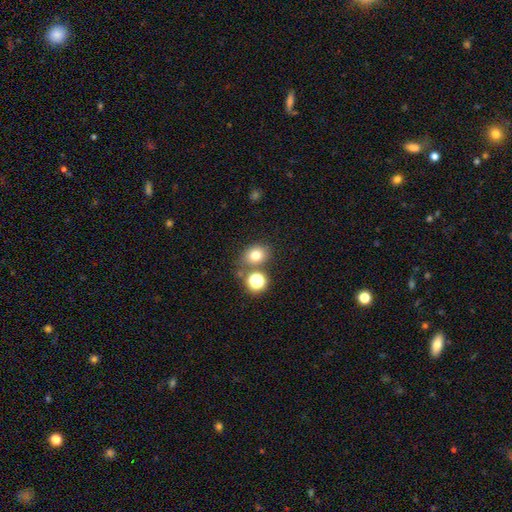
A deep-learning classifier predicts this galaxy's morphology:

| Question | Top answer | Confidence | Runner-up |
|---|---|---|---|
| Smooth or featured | smooth | 76% | star or artifact (15%) |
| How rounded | round | 61% | in between (38%) |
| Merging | none | 70% | merger (16%) |